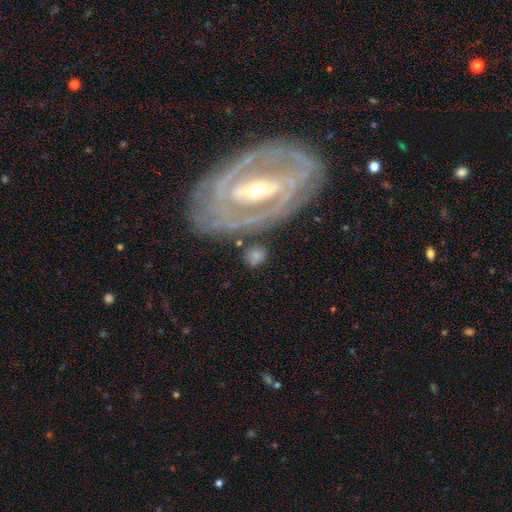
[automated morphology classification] Q: Smooth or featured?
A: smooth (63%); runner-up: featured or disk (28%)
Q: How rounded?
A: round (72%); runner-up: in between (25%)
Q: Merging?
A: none (72%); runner-up: minor disturbance (13%)